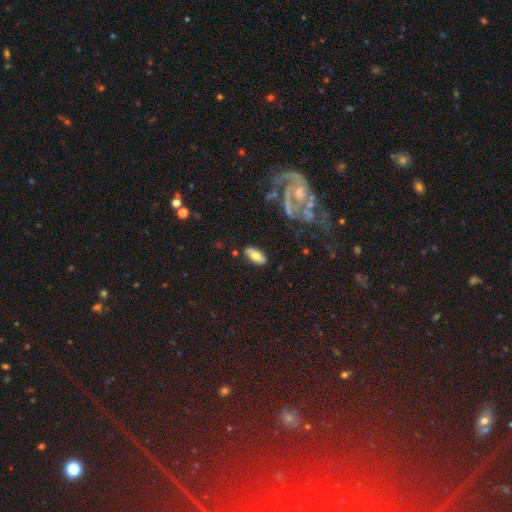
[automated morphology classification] A smooth galaxy with no disk features (70%) that is in between round and cigar-shaped (91%). Merging: none (82%).